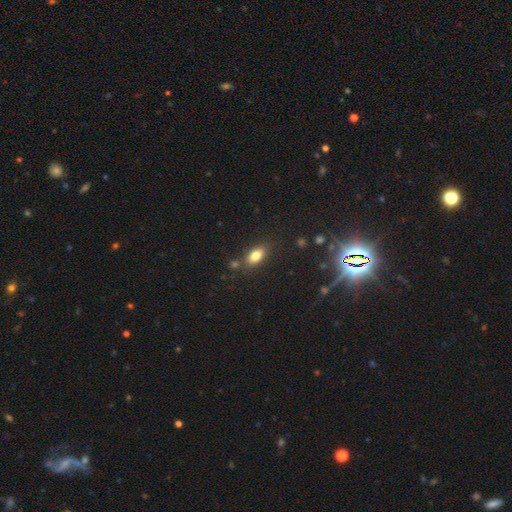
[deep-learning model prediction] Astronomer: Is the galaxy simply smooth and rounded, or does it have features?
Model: smooth — 80%.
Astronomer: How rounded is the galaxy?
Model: in between — 85%.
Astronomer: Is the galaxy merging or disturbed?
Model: none — 78%.